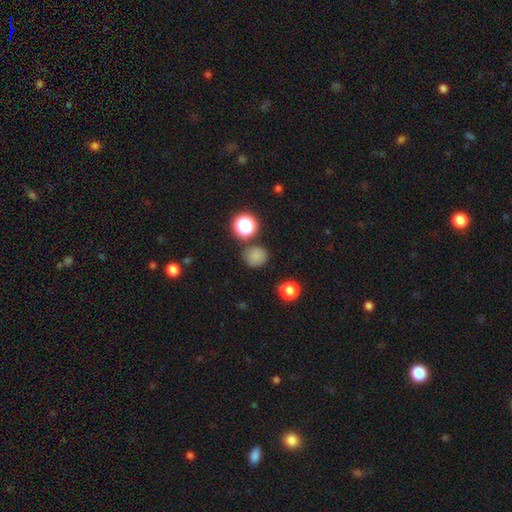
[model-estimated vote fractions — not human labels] Overall: smooth (78%). How rounded: round (85%). Merging: none (79%).